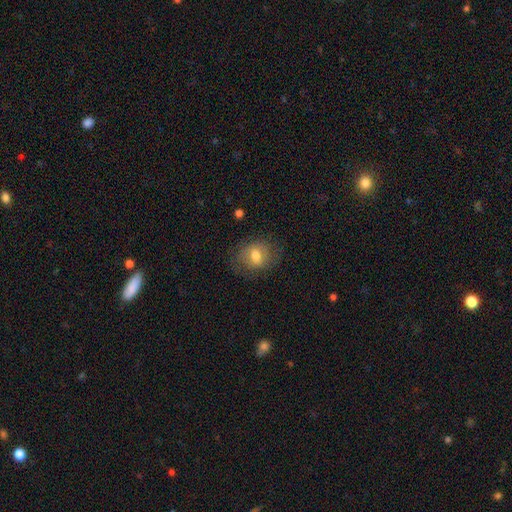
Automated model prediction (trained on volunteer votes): The model was most divided on "how rounded": round: 56%, in between: 43%, cigar-shaped: 1%. More confident: merging — none (76%); smooth or featured — smooth (65%).